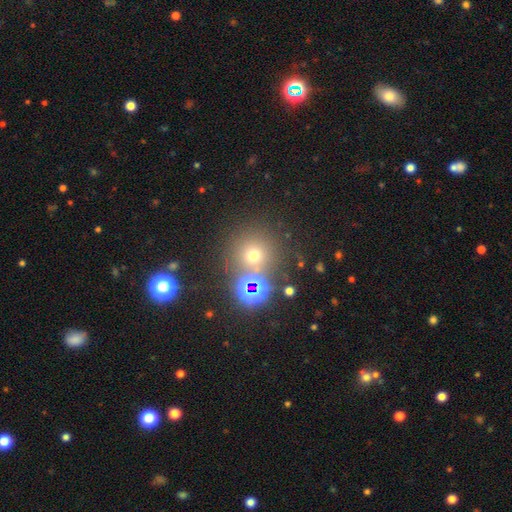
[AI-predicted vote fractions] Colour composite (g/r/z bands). It shows a smooth galaxy with no disk features (61%) that is round (92%). Merging: none (73%).